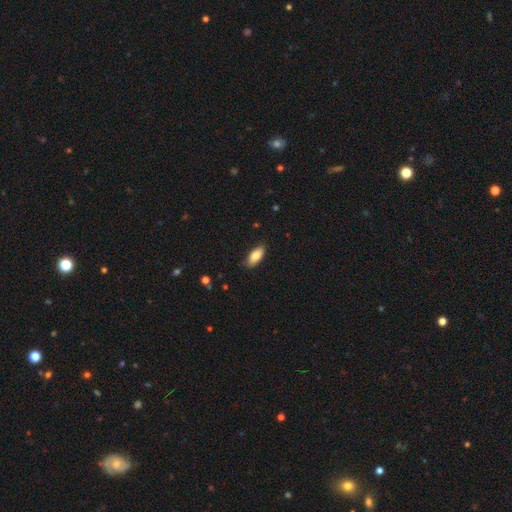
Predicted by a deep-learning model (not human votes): The model was most divided on "merging": none: 78%, minor disturbance: 18%, major disturbance: 3%, merger: 1%. More confident: how rounded — in between (85%); smooth or featured — smooth (83%).